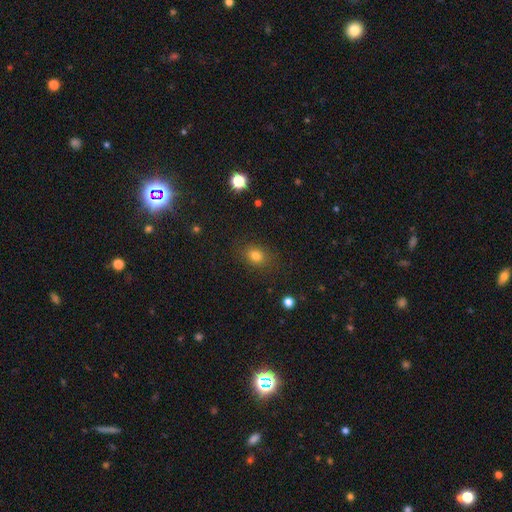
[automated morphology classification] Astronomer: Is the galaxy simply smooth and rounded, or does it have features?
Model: smooth — 79%.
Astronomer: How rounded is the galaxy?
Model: in between — 56% (runner-up: round, 43%).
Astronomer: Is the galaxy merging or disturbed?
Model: none — 82%.